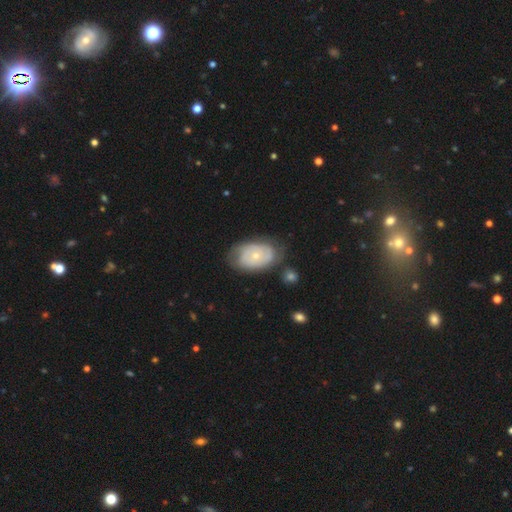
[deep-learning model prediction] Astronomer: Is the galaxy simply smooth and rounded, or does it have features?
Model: featured or disk — 57% (runner-up: smooth, 37%).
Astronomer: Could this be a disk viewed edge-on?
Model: no — 95%.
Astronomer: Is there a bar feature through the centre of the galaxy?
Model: no — 88%.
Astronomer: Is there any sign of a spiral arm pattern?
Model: yes — 56% (runner-up: no, 44%).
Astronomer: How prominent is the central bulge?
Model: small — 67%.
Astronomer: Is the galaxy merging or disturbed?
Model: none — 62%.